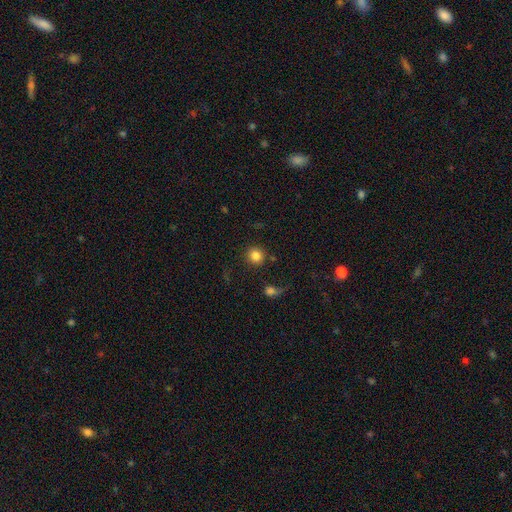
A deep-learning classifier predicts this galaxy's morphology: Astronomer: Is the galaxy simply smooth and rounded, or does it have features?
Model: smooth — 83%.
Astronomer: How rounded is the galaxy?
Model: round — 91%.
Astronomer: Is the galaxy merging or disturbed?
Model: none — 83%.